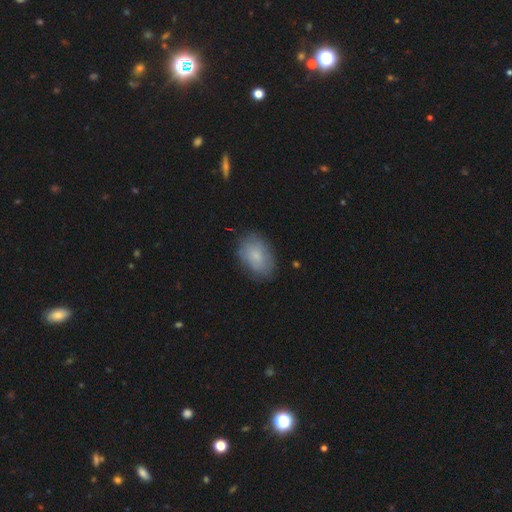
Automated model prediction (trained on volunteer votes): Smooth or featured? smooth (74%)
How rounded? in between (85%)
Merging? none (77%)